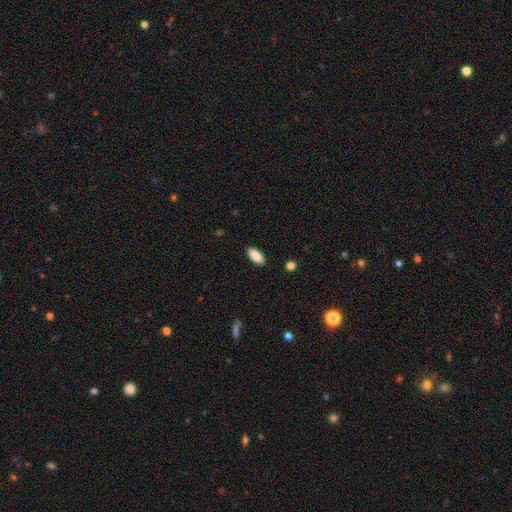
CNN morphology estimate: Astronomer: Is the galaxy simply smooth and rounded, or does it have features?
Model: smooth — 87%.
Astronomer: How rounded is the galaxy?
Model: in between — 89%.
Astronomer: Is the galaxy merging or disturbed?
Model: none — 89%.